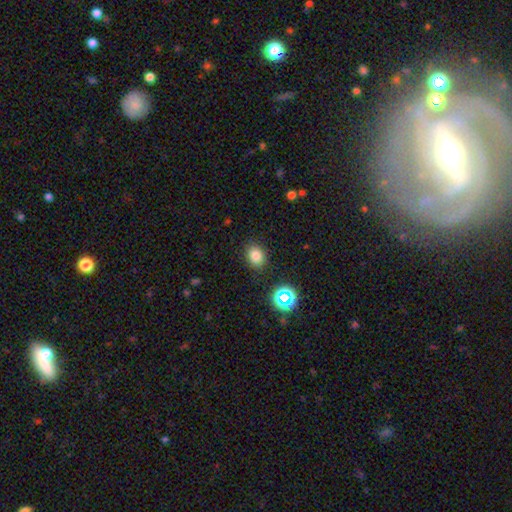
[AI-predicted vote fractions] This is likely a smooth galaxy (79%). How rounded: possibly in between (56%). Merging: clearly none (86%).